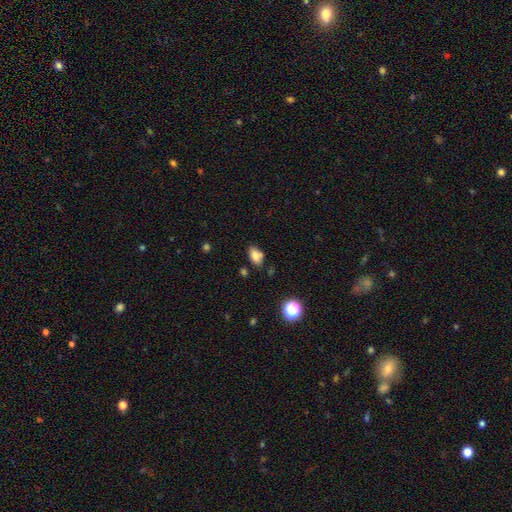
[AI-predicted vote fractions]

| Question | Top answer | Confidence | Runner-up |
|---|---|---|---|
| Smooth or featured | smooth | 80% | star or artifact (11%) |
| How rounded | in between | 87% | round (12%) |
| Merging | none | 72% | minor disturbance (16%) |